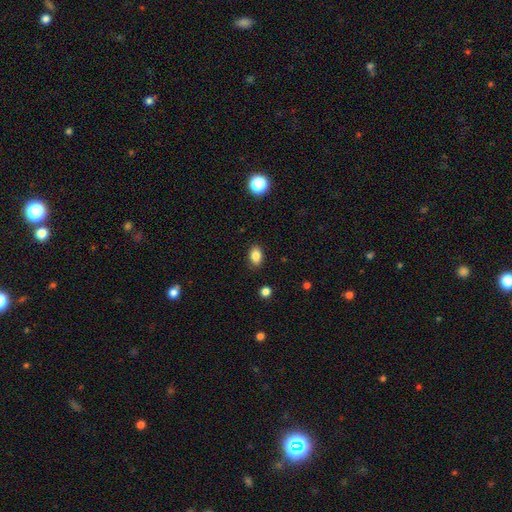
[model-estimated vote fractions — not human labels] The model was most divided on "how rounded": in between: 83%, round: 16%, cigar-shaped: 1%. More confident: merging — none (87%); smooth or featured — smooth (85%).